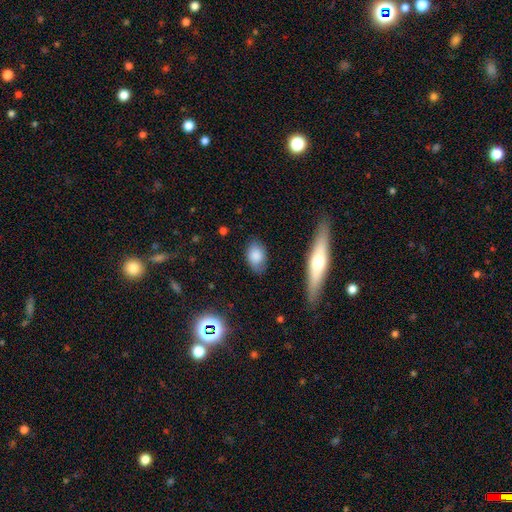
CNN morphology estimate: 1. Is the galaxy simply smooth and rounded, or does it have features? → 82% smooth, 10% featured or disk, 7% star or artifact.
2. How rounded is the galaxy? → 82% in between, 15% round, 3% cigar-shaped.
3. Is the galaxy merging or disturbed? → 77% none, 17% minor disturbance, 4% major disturbance, 2% merger.